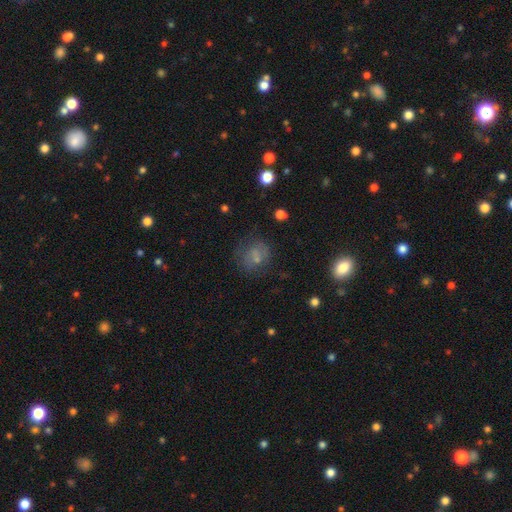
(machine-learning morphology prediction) smooth 58%, featured or disk 26%, star or artifact 16%. Down the decision tree: how rounded — round (68%); merging — none (55%).